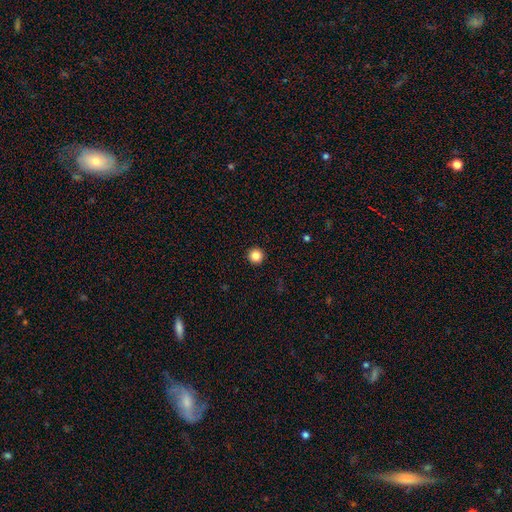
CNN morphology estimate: A smooth galaxy with no disk features (85%) that is round (97%).

Vote fractions:
- Smooth or featured? smooth: 85% / star or artifact: 11% / featured or disk: 4%
- How rounded? round: 97% / in between: 2% / cigar-shaped: 1%
- Merging? none: 94% / minor disturbance: 4% / major disturbance: 1% / merger: 1%